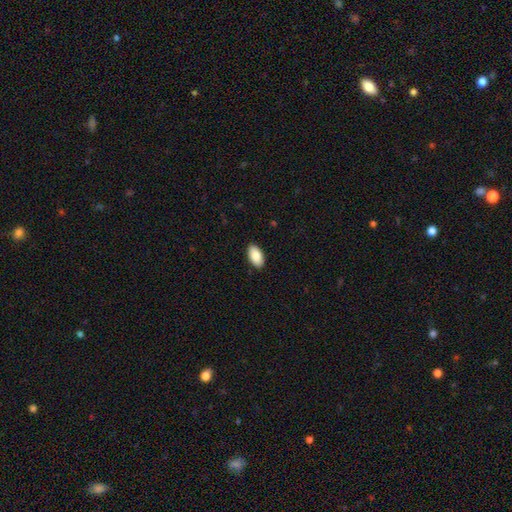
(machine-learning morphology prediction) A smooth galaxy with no disk features (87%) that is in between round and cigar-shaped (95%).

Vote fractions:
- Smooth or featured? smooth: 87% / featured or disk: 7% / star or artifact: 6%
- How rounded? in between: 95% / round: 3% / cigar-shaped: 2%
- Merging? none: 90% / minor disturbance: 8% / major disturbance: 2% / merger: 1%